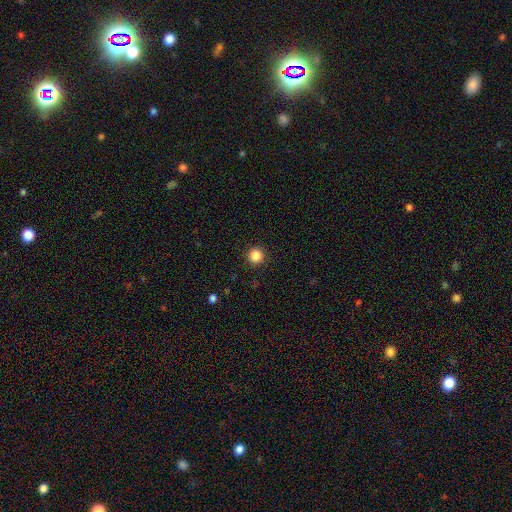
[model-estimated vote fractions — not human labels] Morphology: type=smooth (86%); roundness=round (96%); merging=none (92%).